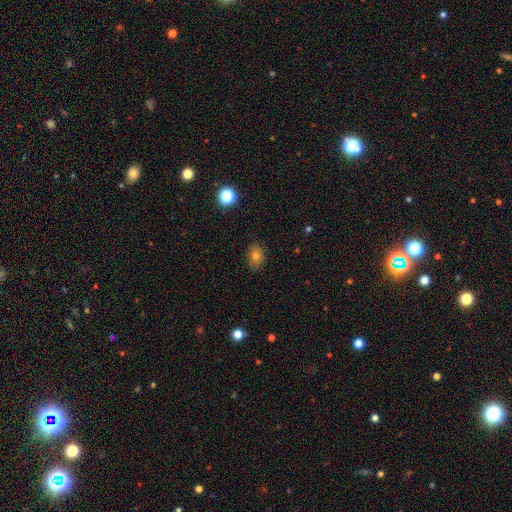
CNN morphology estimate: This is likely a smooth galaxy (75%). How rounded: likely in between (69%). Merging: clearly none (84%).